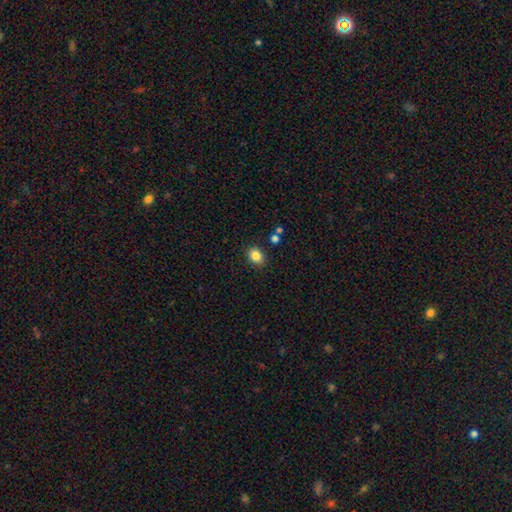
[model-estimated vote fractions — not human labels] The model was most divided on "how rounded": round: 50%, in between: 49%, cigar-shaped: 1%. More confident: merging — none (88%); smooth or featured — smooth (84%).